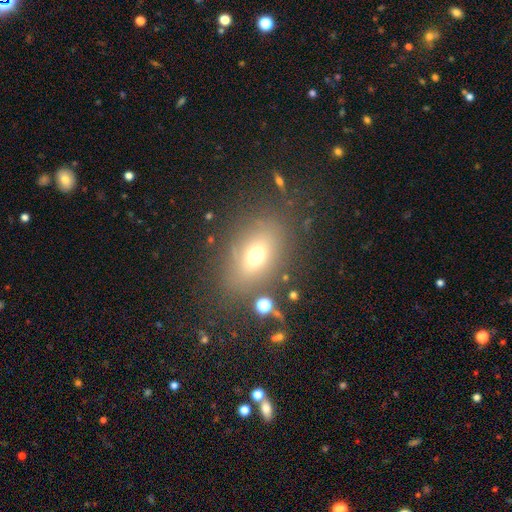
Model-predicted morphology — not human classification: A smooth galaxy with no disk features (63%) that is in between round and cigar-shaped (69%).

Vote fractions:
- Smooth or featured? smooth: 63% / featured or disk: 19% / star or artifact: 18%
- How rounded? in between: 69% / round: 28% / cigar-shaped: 3%
- Merging? none: 75% / minor disturbance: 13% / major disturbance: 7% / merger: 4%